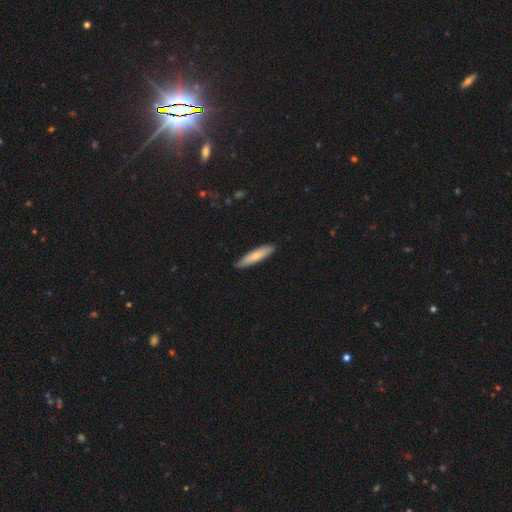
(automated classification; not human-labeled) Morphology: type=smooth (74%); roundness=cigar-shaped (79%); merging=none (85%).